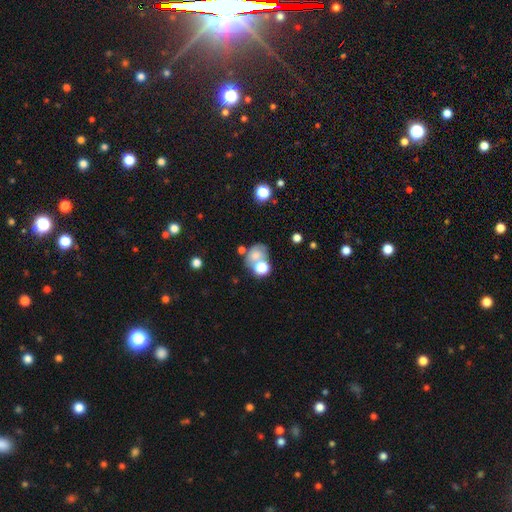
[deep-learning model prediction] Smooth or featured: smooth — 66% (featured or disk — 21%)
How rounded: round — 51% (in between — 47%)
Merging: merger — 39% (none — 34%)